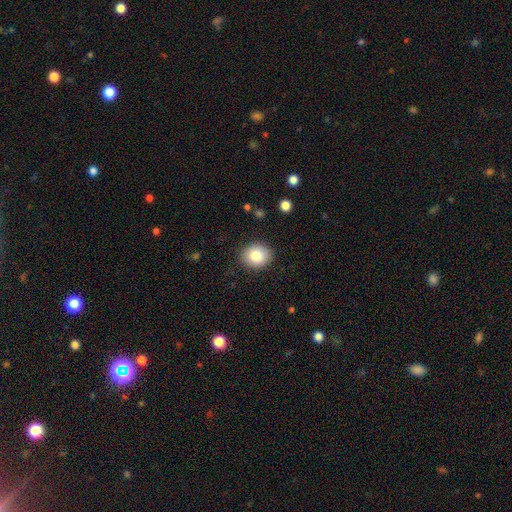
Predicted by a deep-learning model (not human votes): smooth-or-featured: smooth: 84% | star or artifact: 8% | featured or disk: 8%
  how-rounded: round: 64% | in between: 36% | cigar-shaped: 1%
  merging: none: 88% | minor disturbance: 9% | major disturbance: 2% | merger: 1%